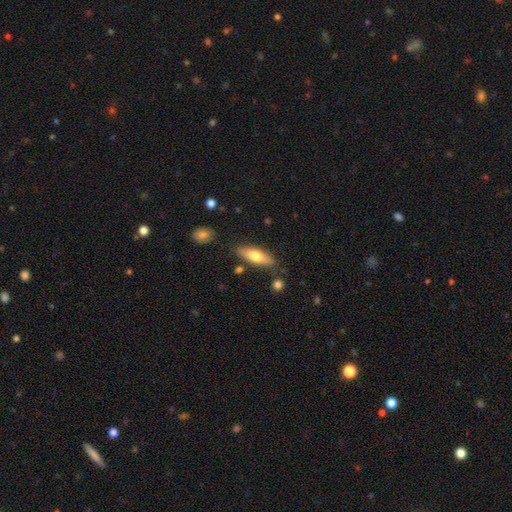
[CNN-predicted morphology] Smooth or featured?
  - smooth: 65% *
  - featured or disk: 29%
  - star or artifact: 6%
How rounded?
  - in between: 55% *
  - cigar-shaped: 43%
  - round: 2%
Merging?
  - none: 79% *
  - minor disturbance: 14%
  - merger: 5%
  - major disturbance: 3%